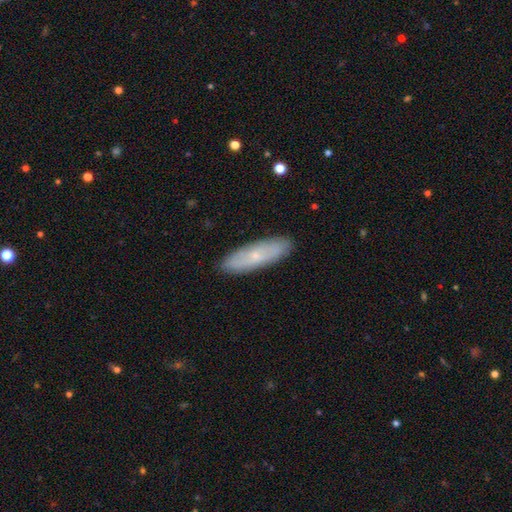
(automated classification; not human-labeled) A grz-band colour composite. It shows a smooth galaxy with no disk features (54%) that is cigar-shaped (60%). Merging: none (88%).